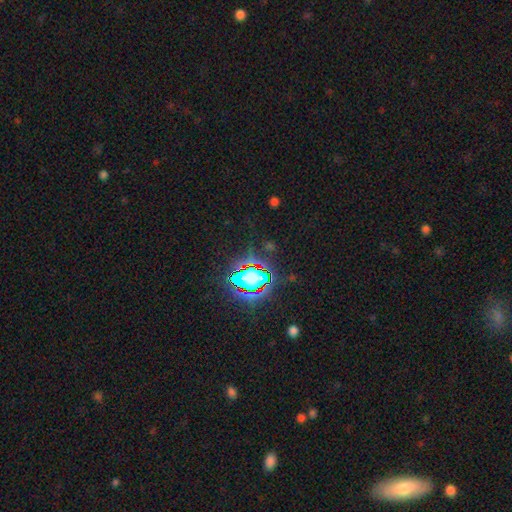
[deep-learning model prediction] Smooth or featured: star or artifact — 82% (smooth — 11%)